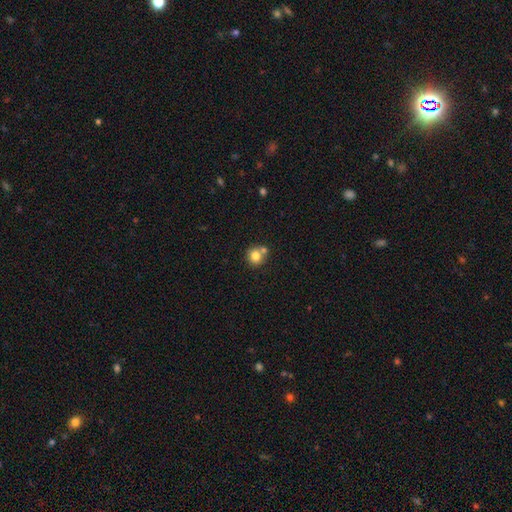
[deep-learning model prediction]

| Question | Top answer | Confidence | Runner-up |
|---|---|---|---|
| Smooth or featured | smooth | 80% | star or artifact (10%) |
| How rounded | round | 87% | in between (12%) |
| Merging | none | 57% | merger (31%) |